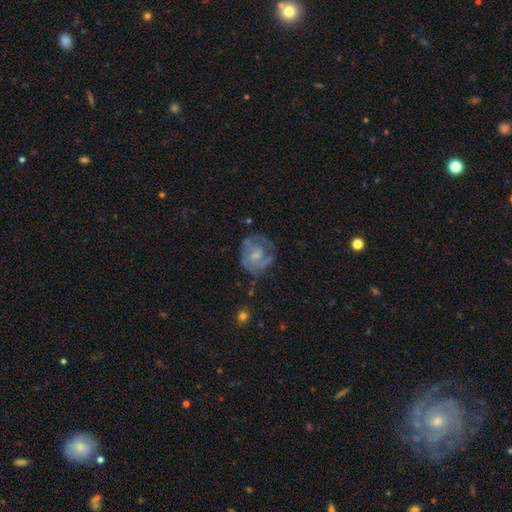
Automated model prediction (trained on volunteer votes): smooth-or-featured: featured or disk: 73% | smooth: 20% | star or artifact: 7%
  disk-edge-on: no: 98% | yes: 2%
    bar: no: 51% | weak: 41% | strong: 8%
    has-spiral-arms: yes: 75% | no: 25%
      spiral-winding: tight: 53% | medium: 35% | loose: 12%
      spiral-arm-count: can't tell: 37% | 2: 35% | 3: 13% | 1: 8% | 4: 4% | more than 4: 3%
    bulge-size: small: 45% | moderate: 33% | none: 17% | large: 3% | dominant: 1%
  merging: none: 56% | minor disturbance: 23% | major disturbance: 18% | merger: 3%